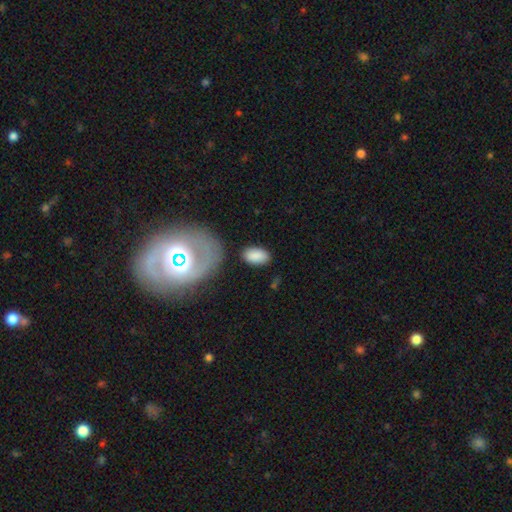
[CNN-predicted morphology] smooth 85%, featured or disk 8%, star or artifact 7%. Down the decision tree: how rounded — in between (93%); merging — none (77%).